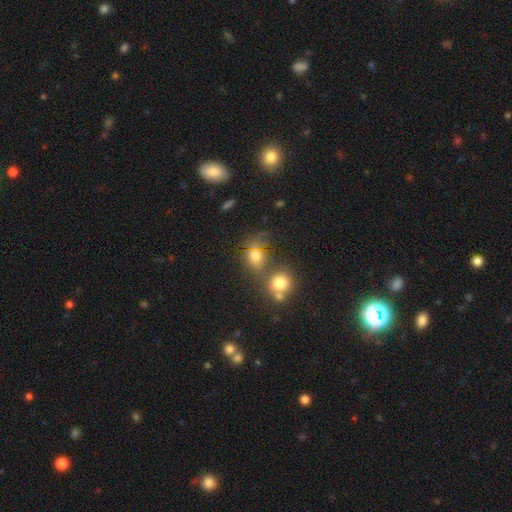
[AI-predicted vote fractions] Smooth or featured?
  - smooth: 70% *
  - star or artifact: 19%
  - featured or disk: 11%
How rounded?
  - round: 62% *
  - in between: 36%
  - cigar-shaped: 2%
Merging?
  - none: 47% *
  - merger: 30%
  - minor disturbance: 14%
  - major disturbance: 9%